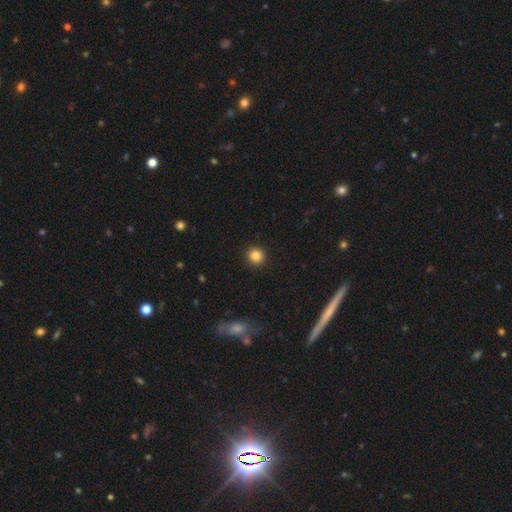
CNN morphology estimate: This is clearly a smooth galaxy (85%). How rounded: clearly round (90%). Merging: clearly none (92%).